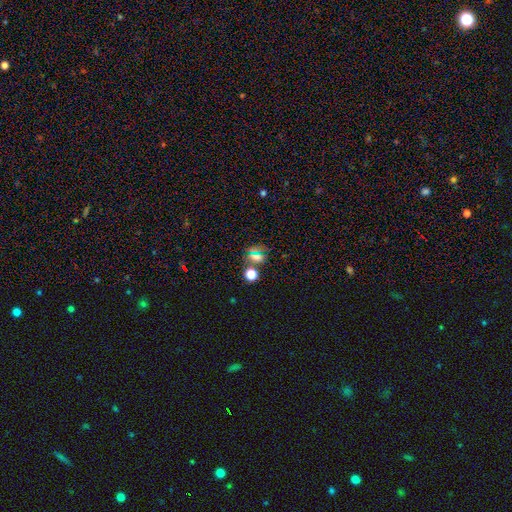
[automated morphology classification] Smooth or featured? smooth (55%)
How rounded? round (61%)
Merging? none (72%)